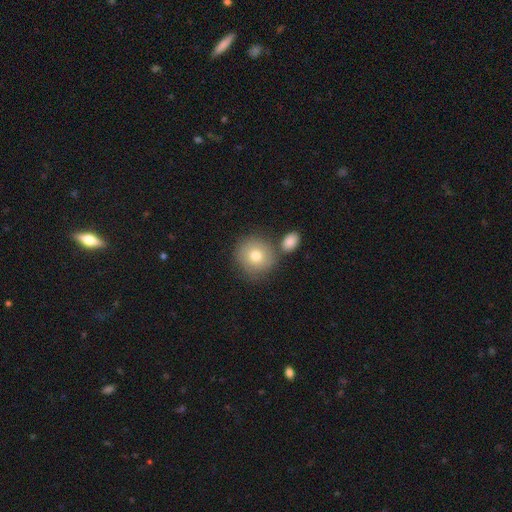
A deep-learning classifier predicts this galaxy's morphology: The model was most divided on "merging": none: 67%, merger: 17%, minor disturbance: 12%, major disturbance: 4%. More confident: how rounded — round (89%); smooth or featured — smooth (77%).